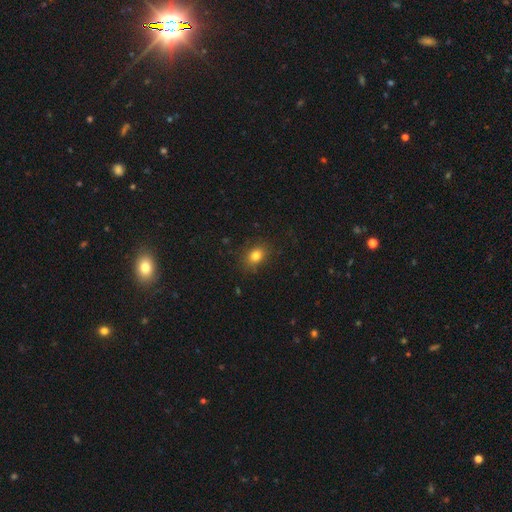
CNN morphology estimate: Smooth or featured?
  - smooth: 81% *
  - star or artifact: 11%
  - featured or disk: 8%
How rounded?
  - in between: 64% *
  - round: 35%
  - cigar-shaped: 1%
Merging?
  - none: 83% *
  - minor disturbance: 12%
  - major disturbance: 4%
  - merger: 1%